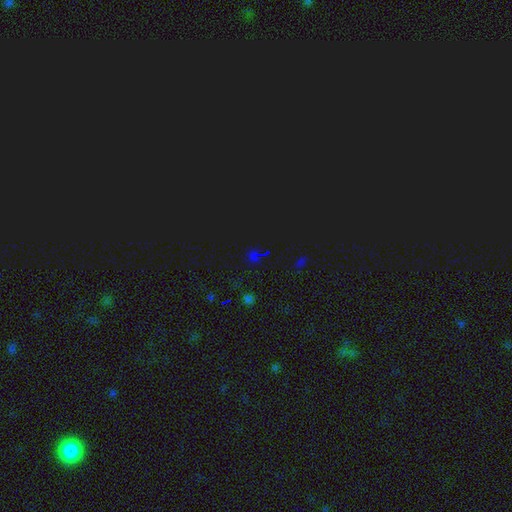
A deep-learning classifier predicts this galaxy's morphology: Smooth or featured? Predicted: star or artifact (p=0.76).